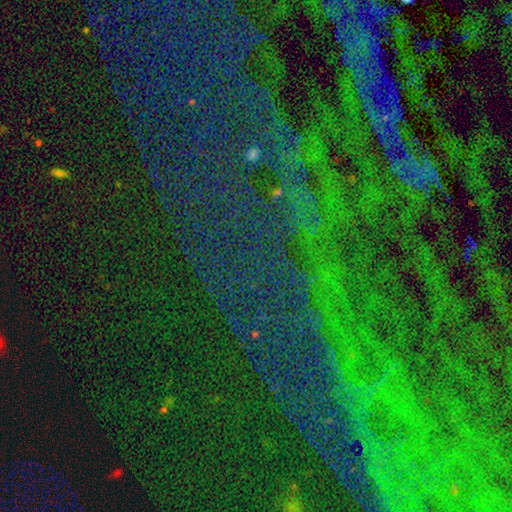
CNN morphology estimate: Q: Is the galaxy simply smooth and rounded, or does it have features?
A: star or artifact — 83%.